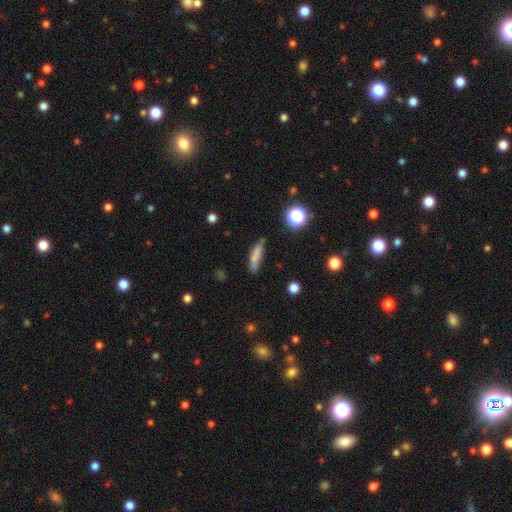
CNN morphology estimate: Smooth or featured?
  - smooth: 72% *
  - featured or disk: 18%
  - star or artifact: 10%
How rounded?
  - cigar-shaped: 74% *
  - in between: 22%
  - round: 3%
Merging?
  - none: 72% *
  - minor disturbance: 19%
  - major disturbance: 5%
  - merger: 4%